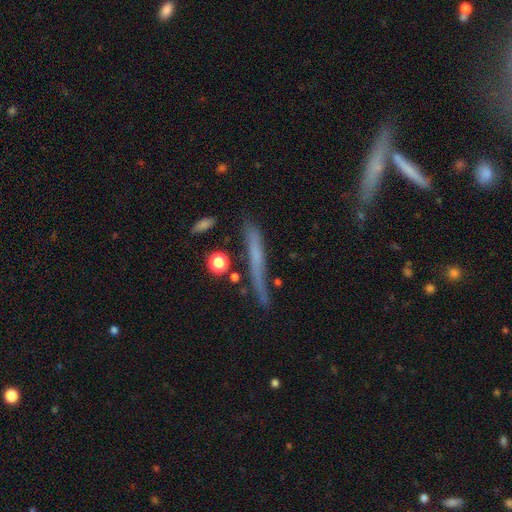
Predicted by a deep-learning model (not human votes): smooth 49%, featured or disk 41%, star or artifact 10%. Down the decision tree: merging — none (72%).